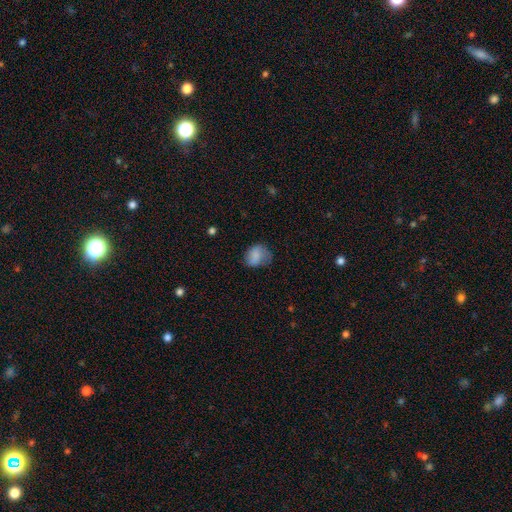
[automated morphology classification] smooth_or_featured: smooth (p=0.74) [alt: featured or disk p=0.17]
how_rounded: round (p=0.53) [alt: in between p=0.46]
merging: none (p=0.50) [alt: minor disturbance p=0.32]